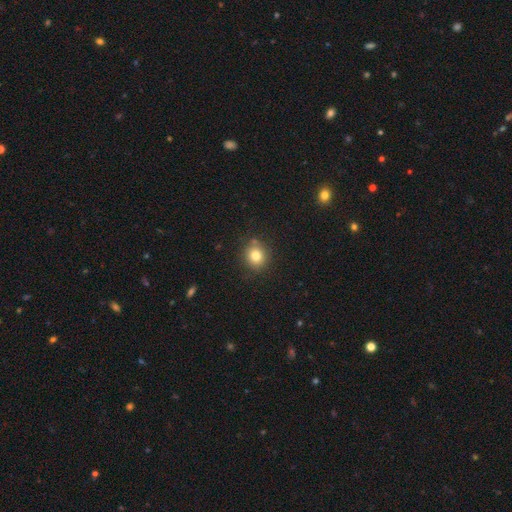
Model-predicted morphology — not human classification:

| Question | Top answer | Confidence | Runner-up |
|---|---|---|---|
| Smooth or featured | smooth | 79% | star or artifact (12%) |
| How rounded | round | 82% | in between (17%) |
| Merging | none | 84% | minor disturbance (10%) |